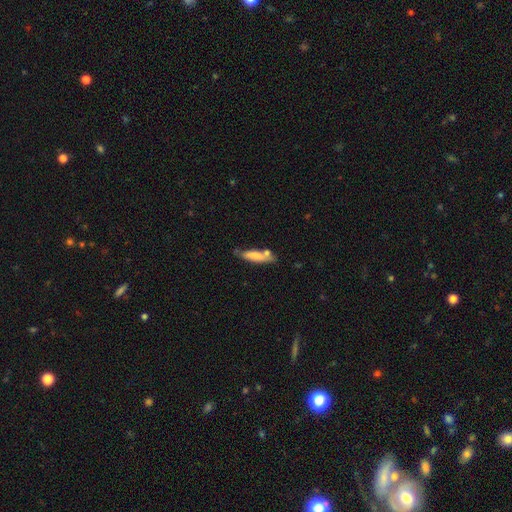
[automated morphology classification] This is likely a smooth galaxy (71%). How rounded: likely cigar-shaped (70%). Merging: possibly none (60%).